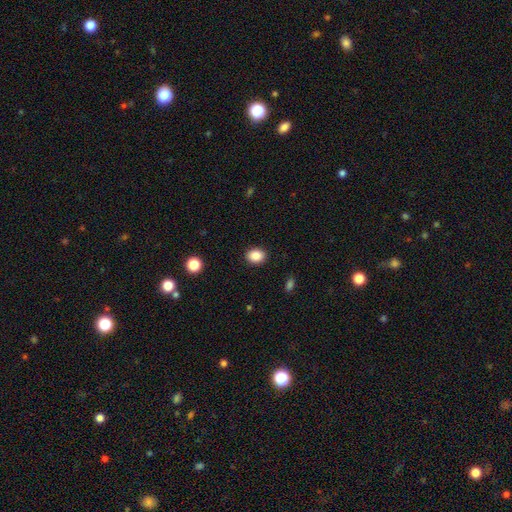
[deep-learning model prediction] Smooth or featured: smooth — 87% (star or artifact — 9%)
How rounded: in between — 56% (round — 43%)
Merging: none — 90% (minor disturbance — 7%)